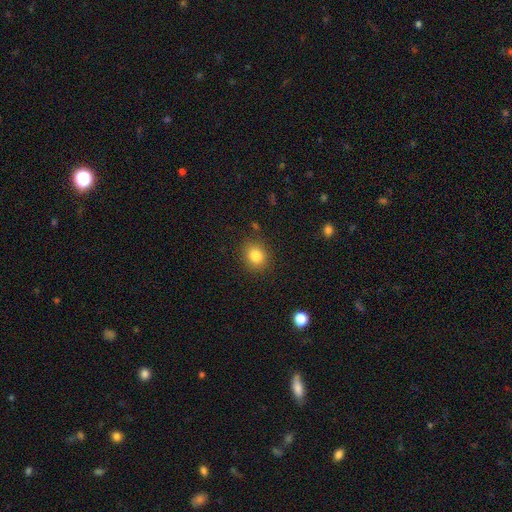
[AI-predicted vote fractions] smooth_or_featured: smooth (p=0.84) [alt: star or artifact p=0.10]
how_rounded: round (p=0.69) [alt: in between p=0.30]
merging: none (p=0.86) [alt: minor disturbance p=0.09]